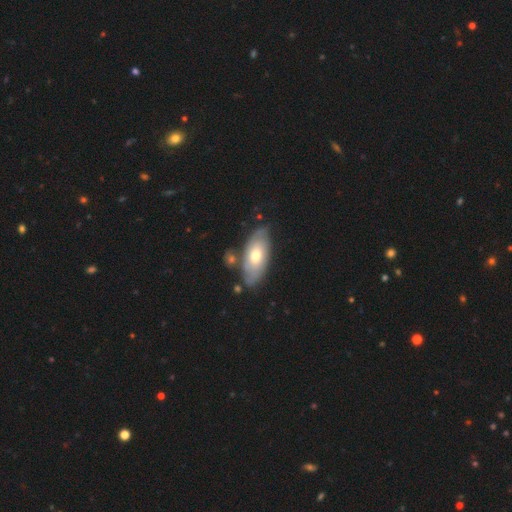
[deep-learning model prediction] This appears to be a smooth galaxy with no disk features (51%) that is in between round and cigar-shaped (87%). Merging: none (71%).